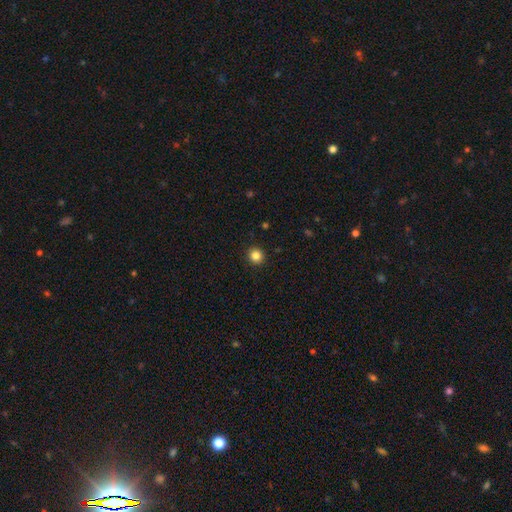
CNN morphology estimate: Smooth or featured?
  - smooth: 84% *
  - star or artifact: 12%
  - featured or disk: 4%
How rounded?
  - round: 94% *
  - in between: 5%
  - cigar-shaped: 1%
Merging?
  - none: 93% *
  - minor disturbance: 4%
  - major disturbance: 2%
  - merger: 1%